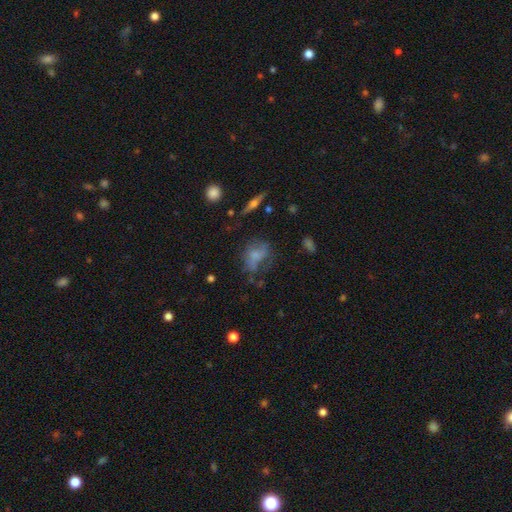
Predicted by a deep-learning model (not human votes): Smooth or featured: smooth — 56% (featured or disk — 30%)
How rounded: in between — 68% (round — 28%)
Merging: none — 40% (major disturbance — 27%)